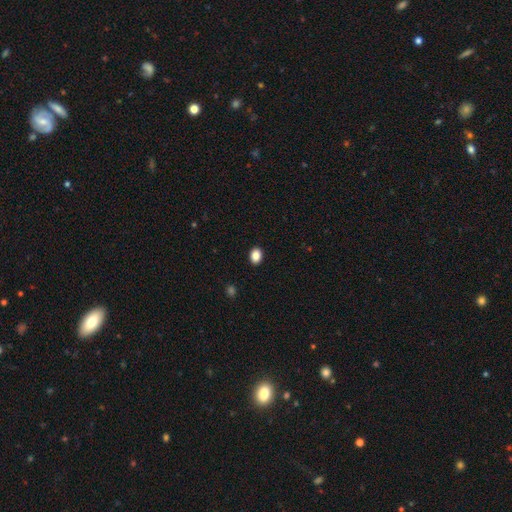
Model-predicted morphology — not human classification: smooth_or_featured: smooth (p=0.88) [alt: star or artifact p=0.09]
how_rounded: in between (p=0.71) [alt: round p=0.28]
merging: none (p=0.91) [alt: minor disturbance p=0.07]